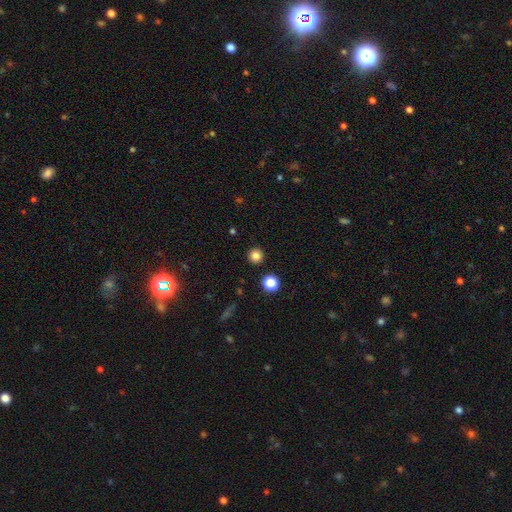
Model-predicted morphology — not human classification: Smooth or featured? smooth (82%)
How rounded? round (96%)
Merging? none (92%)